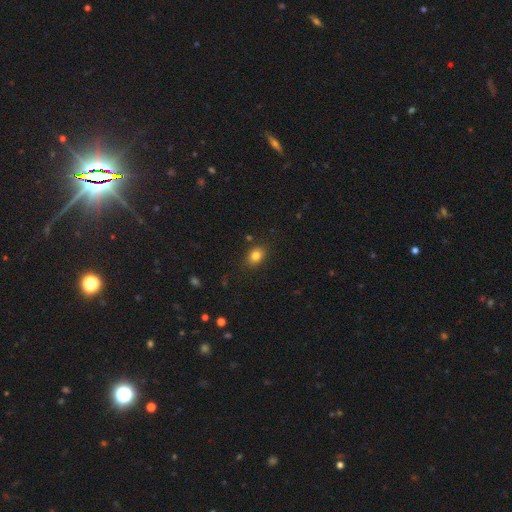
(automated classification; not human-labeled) This is clearly a smooth galaxy (82%). How rounded: likely in between (67%). Merging: clearly none (85%).